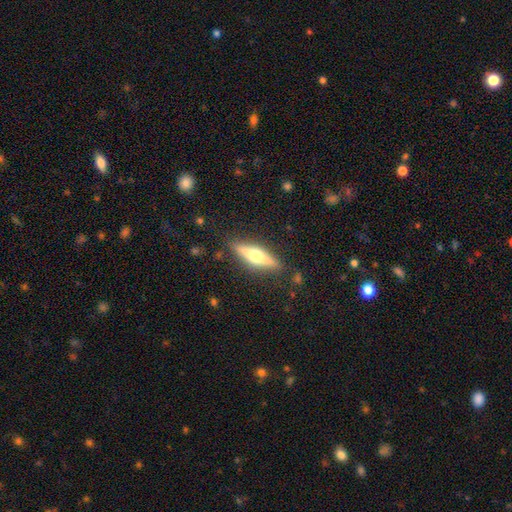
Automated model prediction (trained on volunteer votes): smooth-or-featured: featured or disk: 57% | smooth: 36% | star or artifact: 6%
  disk-edge-on: yes: 94% | no: 6%
    edge-on-bulge: rounded: 94% | boxy: 4% | none: 3%
  merging: none: 86% | minor disturbance: 10% | major disturbance: 3% | merger: 1%